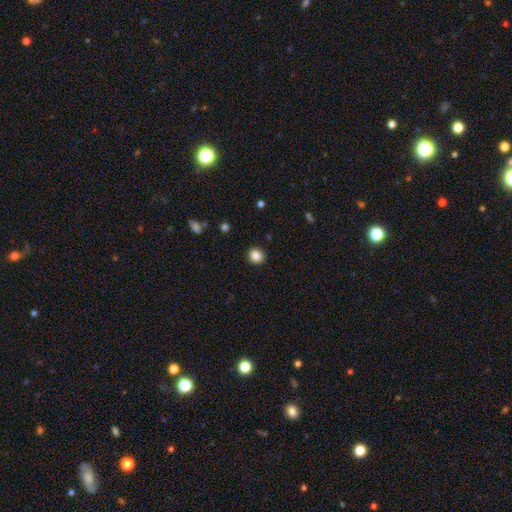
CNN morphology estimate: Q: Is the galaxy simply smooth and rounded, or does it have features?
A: smooth — 87%.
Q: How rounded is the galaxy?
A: round — 84%.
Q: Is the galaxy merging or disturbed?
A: none — 91%.